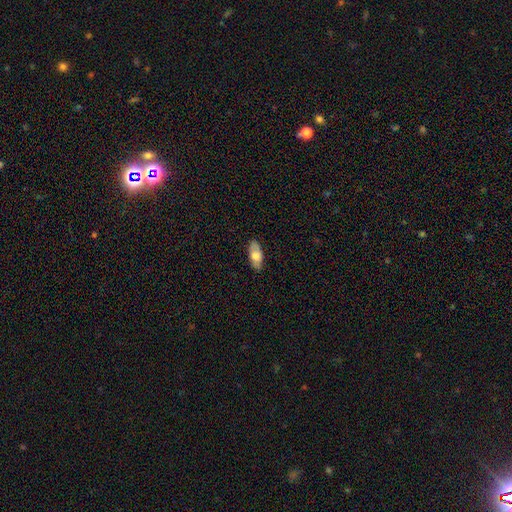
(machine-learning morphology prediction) smooth_or_featured: smooth (p=0.64) [alt: featured or disk p=0.30]
how_rounded: in between (p=0.86) [alt: cigar-shaped p=0.11]
merging: none (p=0.85) [alt: minor disturbance p=0.12]